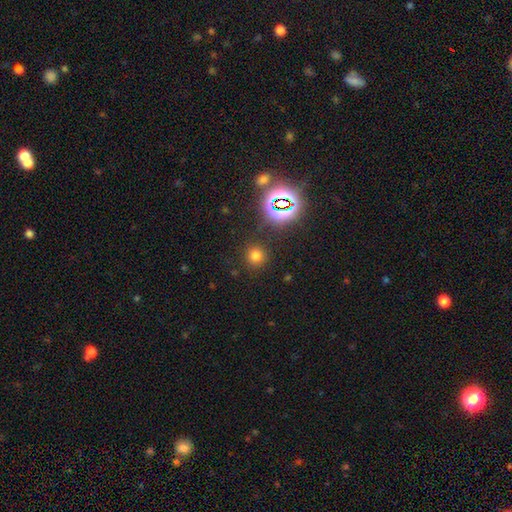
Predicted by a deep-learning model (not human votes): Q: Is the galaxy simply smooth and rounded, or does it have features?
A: smooth — 69%.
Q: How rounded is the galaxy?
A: round — 92%.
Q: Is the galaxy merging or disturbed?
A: none — 87%.